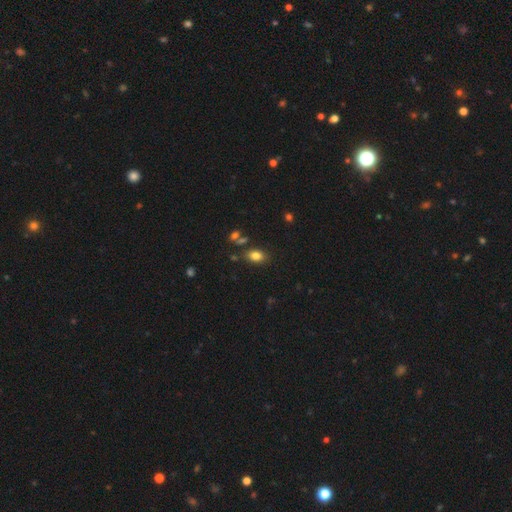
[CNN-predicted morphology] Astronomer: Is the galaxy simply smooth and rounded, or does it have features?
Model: smooth — 81%.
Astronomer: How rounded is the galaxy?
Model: in between — 83%.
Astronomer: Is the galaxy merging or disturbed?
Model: none — 77%.